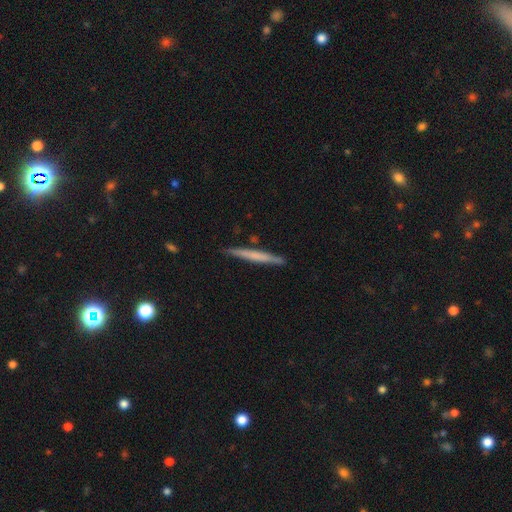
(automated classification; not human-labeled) A smooth galaxy with no disk features (53%) that is cigar-shaped (97%). Merging: none (88%).